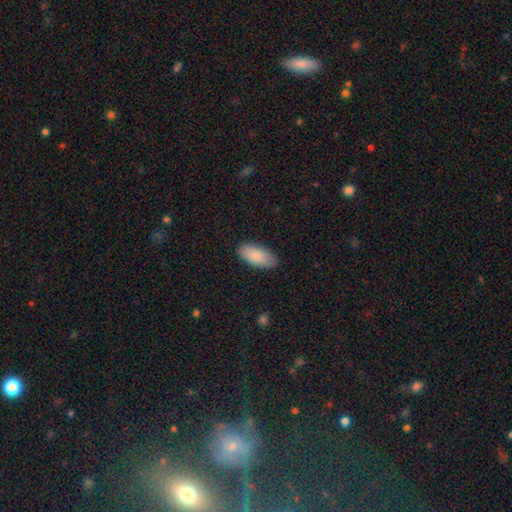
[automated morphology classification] A smooth galaxy with no disk features (84%) that is in between round and cigar-shaped (93%).

Vote fractions:
- Smooth or featured? smooth: 84% / featured or disk: 10% / star or artifact: 6%
- How rounded? in between: 93% / cigar-shaped: 5% / round: 2%
- Merging? none: 87% / minor disturbance: 10% / major disturbance: 2% / merger: 1%